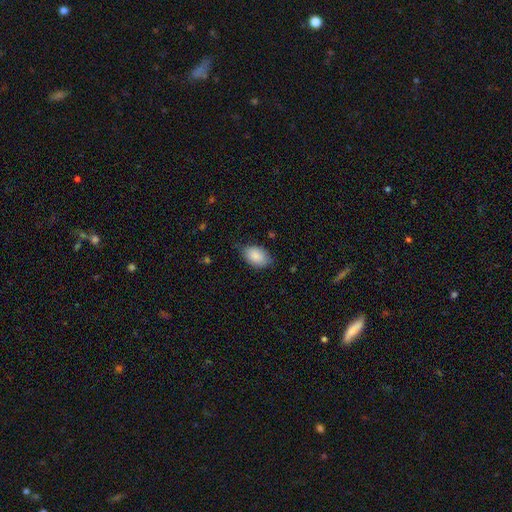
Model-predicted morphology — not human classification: Smooth or featured? smooth (87%)
How rounded? in between (88%)
Merging? none (69%)